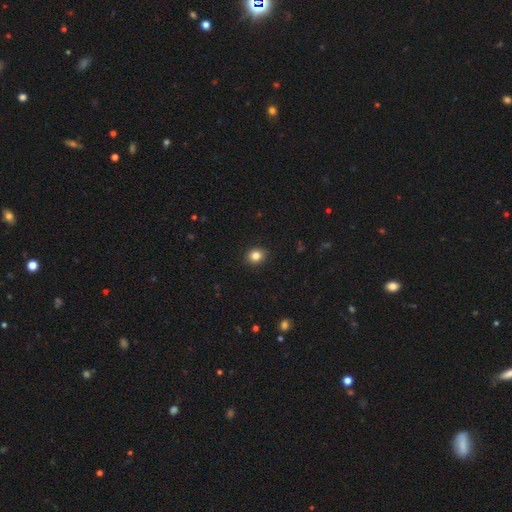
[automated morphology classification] smooth-or-featured: smooth: 84% | star or artifact: 11% | featured or disk: 6%
  how-rounded: round: 69% | in between: 30% | cigar-shaped: 1%
  merging: none: 92% | minor disturbance: 6% | major disturbance: 2% | merger: 1%